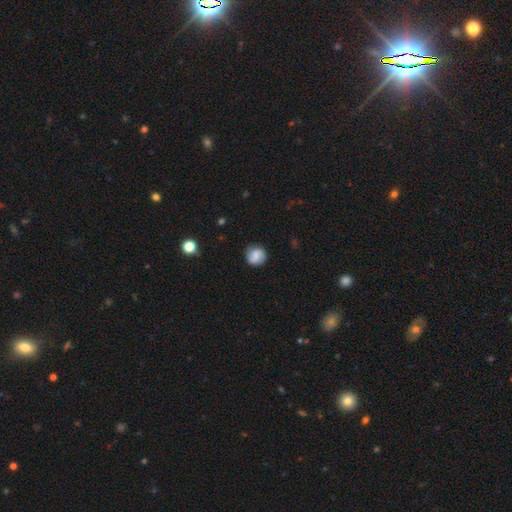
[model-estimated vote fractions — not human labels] Smooth or featured?
  - smooth: 56% *
  - featured or disk: 35%
  - star or artifact: 9%
How rounded?
  - round: 88% *
  - in between: 11%
  - cigar-shaped: 1%
Merging?
  - none: 81% *
  - minor disturbance: 14%
  - major disturbance: 4%
  - merger: 2%